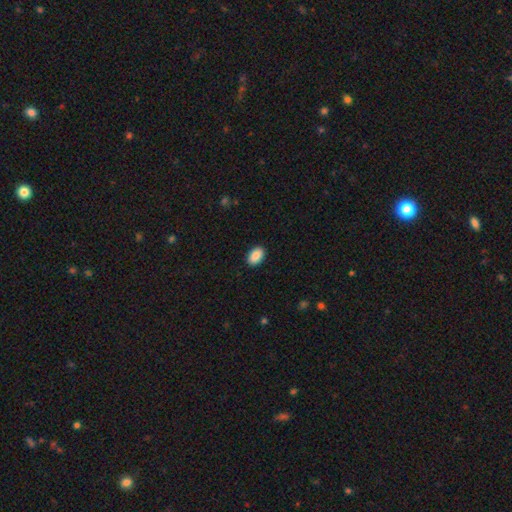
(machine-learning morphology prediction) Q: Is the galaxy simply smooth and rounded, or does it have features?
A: smooth — 89%.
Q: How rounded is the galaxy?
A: in between — 90%.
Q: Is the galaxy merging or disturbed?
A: none — 90%.